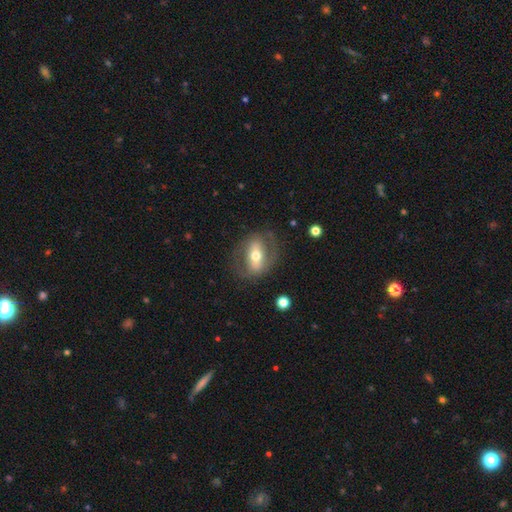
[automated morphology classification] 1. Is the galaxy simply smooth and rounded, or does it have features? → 60% featured or disk, 33% smooth, 7% star or artifact.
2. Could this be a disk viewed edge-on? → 83% no, 17% yes.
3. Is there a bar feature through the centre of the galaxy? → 51% strong, 24% no, 24% weak.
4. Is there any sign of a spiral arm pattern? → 59% no, 41% yes.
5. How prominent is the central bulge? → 68% moderate, 21% small, 8% large, 1% dominant, 1% none.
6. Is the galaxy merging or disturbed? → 72% none, 16% minor disturbance, 11% major disturbance, 2% merger.